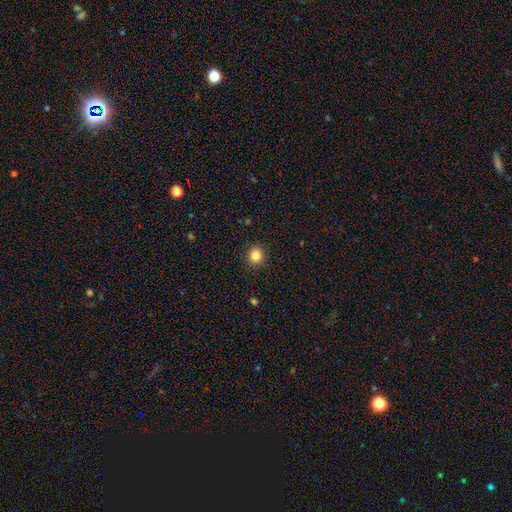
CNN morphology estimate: type=smooth (84%); roundness=round (86%); merging=none (91%).